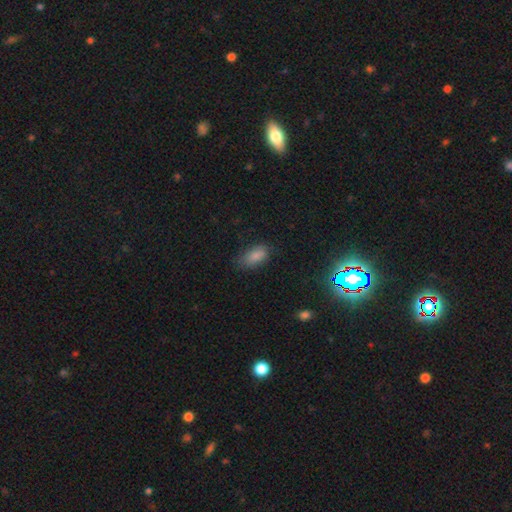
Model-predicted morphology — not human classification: smooth-or-featured: smooth: 85% | star or artifact: 9% | featured or disk: 6%
  how-rounded: in between: 91% | cigar-shaped: 6% | round: 4%
  merging: none: 72% | minor disturbance: 21% | major disturbance: 6% | merger: 1%